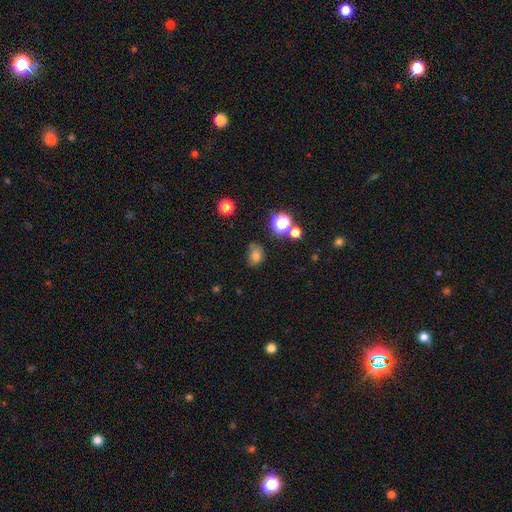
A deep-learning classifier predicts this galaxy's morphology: This is likely a smooth galaxy (73%). How rounded: likely in between (61%). Merging: possibly none (57%).